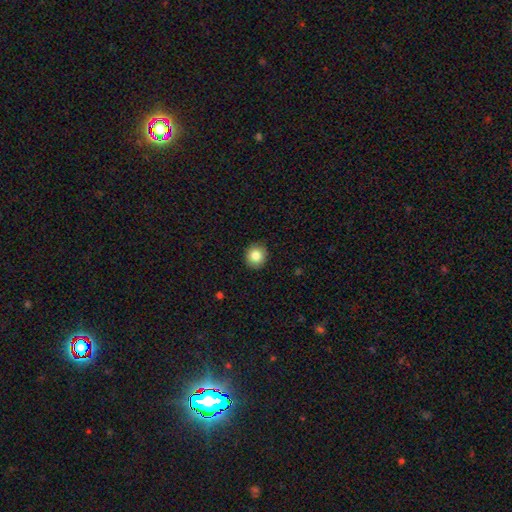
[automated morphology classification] A smooth galaxy with no disk features (86%) that is round (89%).

Vote fractions:
- Smooth or featured? smooth: 86% / star or artifact: 9% / featured or disk: 5%
- How rounded? round: 89% / in between: 10% / cigar-shaped: 1%
- Merging? none: 91% / minor disturbance: 6% / major disturbance: 2% / merger: 1%